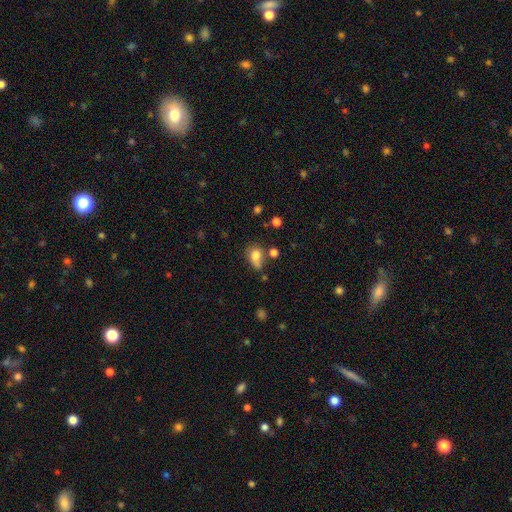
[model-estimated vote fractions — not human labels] Smooth or featured?
  - smooth: 77% *
  - featured or disk: 12%
  - star or artifact: 11%
How rounded?
  - in between: 59% *
  - round: 39%
  - cigar-shaped: 2%
Merging?
  - none: 38% *
  - minor disturbance: 26%
  - merger: 20%
  - major disturbance: 16%